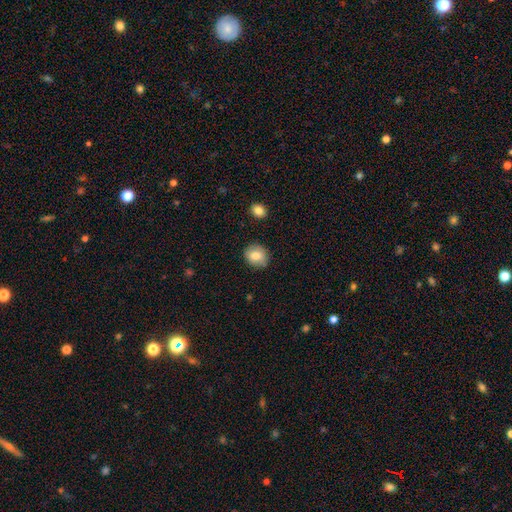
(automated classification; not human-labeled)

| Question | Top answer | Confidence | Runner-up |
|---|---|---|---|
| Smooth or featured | smooth | 80% | featured or disk (12%) |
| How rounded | round | 70% | in between (29%) |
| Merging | none | 86% | minor disturbance (11%) |